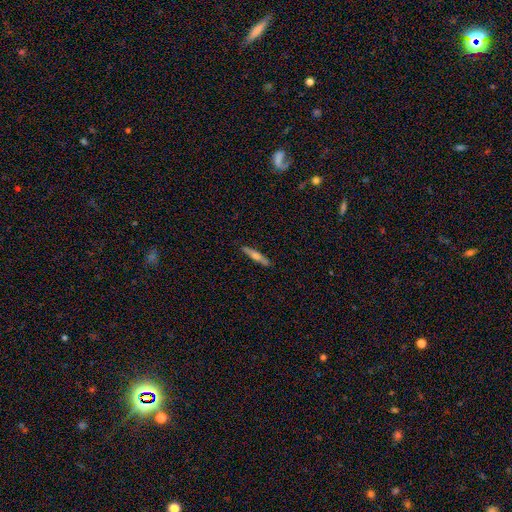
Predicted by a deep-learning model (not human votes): Smooth or featured? Predicted: featured or disk (p=0.54). Edge-on disk? Predicted: yes (p=0.95). Edge-on bulge? Predicted: rounded (p=0.81). Merging? Predicted: none (p=0.88).